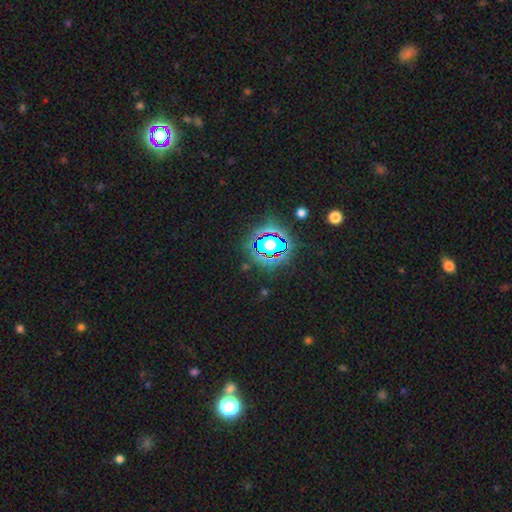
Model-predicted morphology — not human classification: Overall: star or artifact (81%).